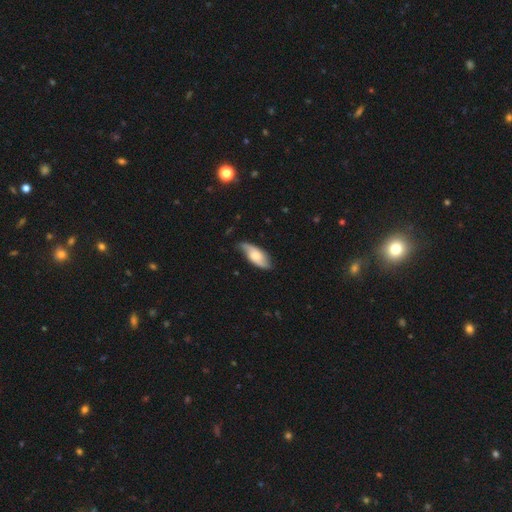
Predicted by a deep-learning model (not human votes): Smooth or featured?
  - featured or disk: 50% *
  - smooth: 44%
  - star or artifact: 6%
Merging?
  - none: 71% *
  - minor disturbance: 22%
  - major disturbance: 5%
  - merger: 1%